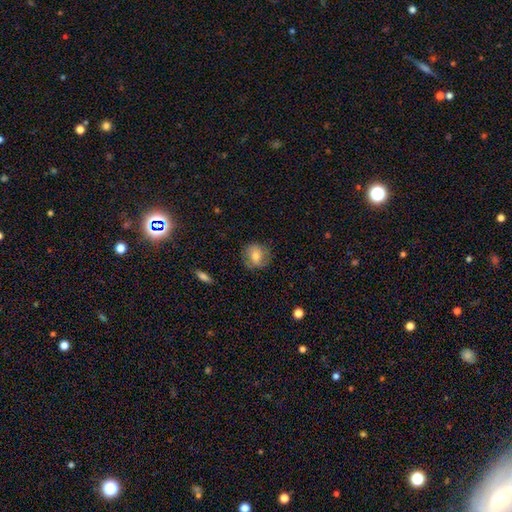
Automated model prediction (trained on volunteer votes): Smooth or featured? smooth (68%)
How rounded? round (82%)
Merging? none (79%)